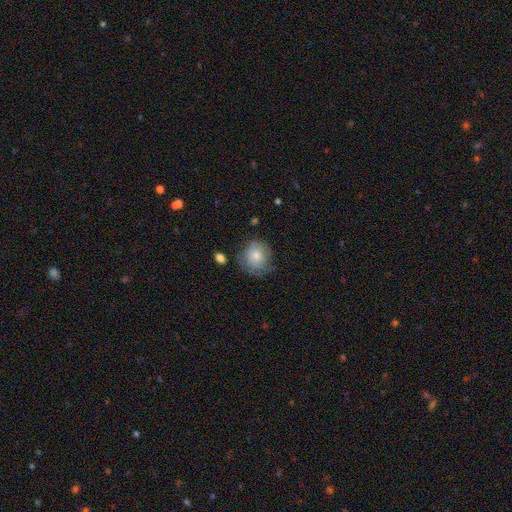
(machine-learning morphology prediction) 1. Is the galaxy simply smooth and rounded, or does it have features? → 74% smooth, 19% featured or disk, 8% star or artifact.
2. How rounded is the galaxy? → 80% round, 19% in between, 1% cigar-shaped.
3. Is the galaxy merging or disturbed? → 61% none, 26% minor disturbance, 10% major disturbance, 2% merger.